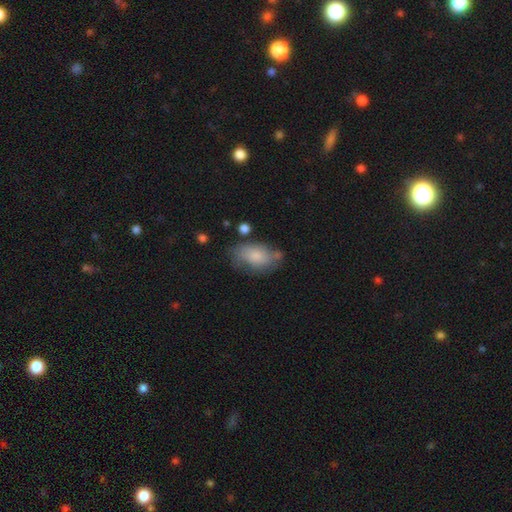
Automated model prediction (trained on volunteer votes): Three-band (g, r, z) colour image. It shows a smooth galaxy with no disk features (74%) that is in between round and cigar-shaped (89%). Merging: none (54%).